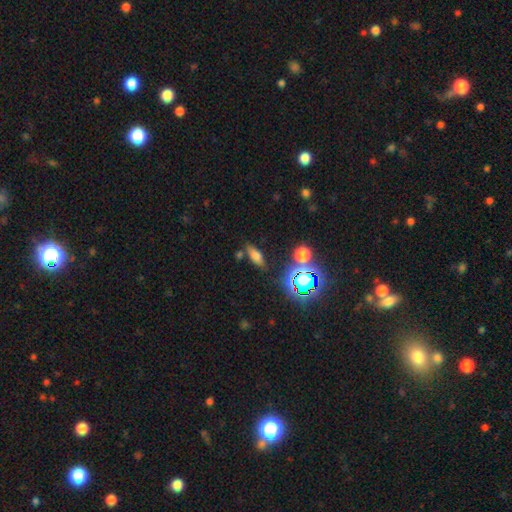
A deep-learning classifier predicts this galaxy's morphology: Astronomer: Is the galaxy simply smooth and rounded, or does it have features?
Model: smooth — 66%.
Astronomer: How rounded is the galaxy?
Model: in between — 67%.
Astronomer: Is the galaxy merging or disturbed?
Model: none — 75%.